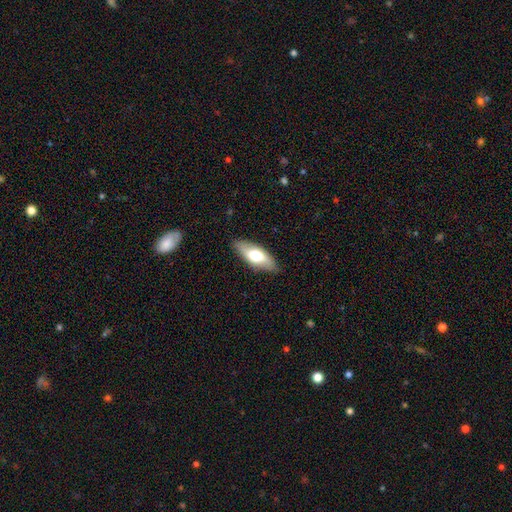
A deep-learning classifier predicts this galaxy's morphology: Q: Smooth or featured?
A: smooth (56%); runner-up: featured or disk (39%)
Q: How rounded?
A: in between (78%); runner-up: cigar-shaped (20%)
Q: Merging?
A: none (86%); runner-up: minor disturbance (11%)